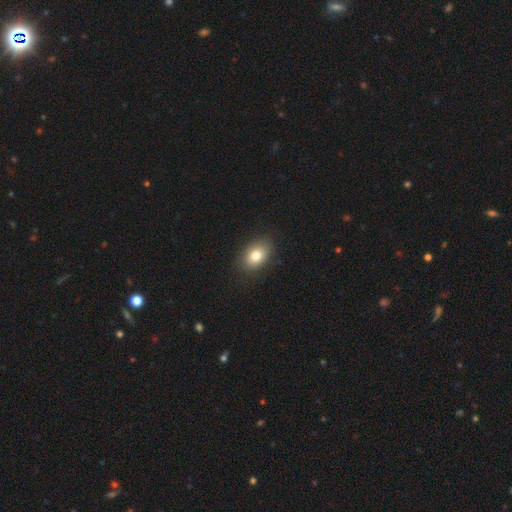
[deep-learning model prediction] Smooth or featured: smooth — 80% (featured or disk — 11%)
How rounded: in between — 81% (round — 18%)
Merging: none — 86% (minor disturbance — 10%)